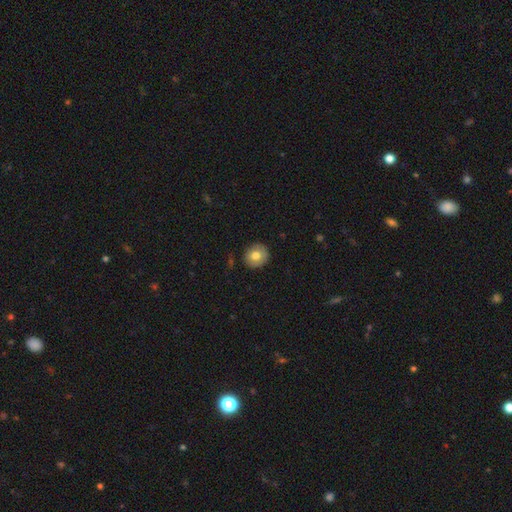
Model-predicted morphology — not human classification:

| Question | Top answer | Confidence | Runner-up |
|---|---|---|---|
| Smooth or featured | smooth | 74% | featured or disk (18%) |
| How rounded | round | 83% | in between (16%) |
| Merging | none | 88% | minor disturbance (9%) |